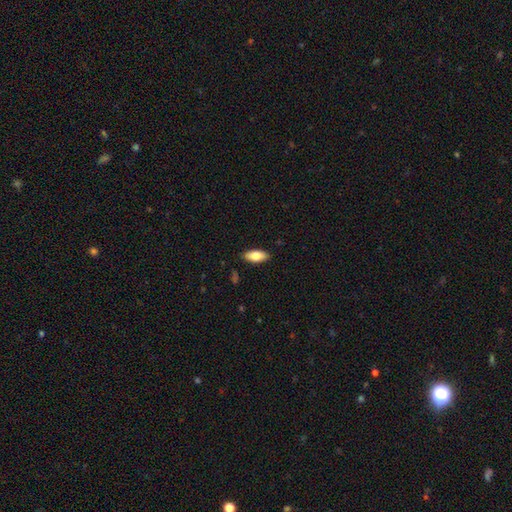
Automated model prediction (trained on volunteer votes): smooth_or_featured: smooth (p=0.80) [alt: featured or disk p=0.14]
how_rounded: in between (p=0.85) [alt: cigar-shaped p=0.13]
merging: none (p=0.87) [alt: minor disturbance p=0.10]